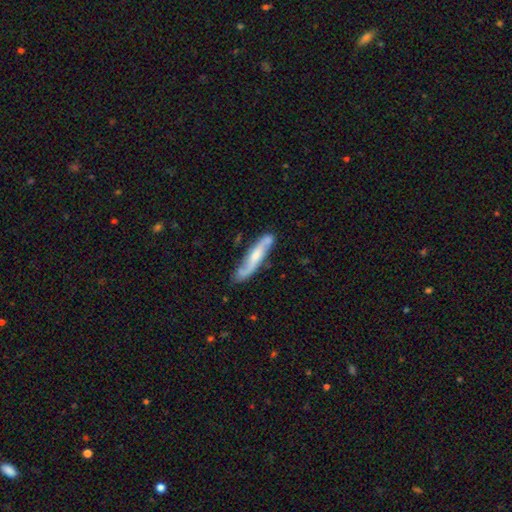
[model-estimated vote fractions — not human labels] Q: Smooth or featured?
A: featured or disk (64%); runner-up: smooth (31%)
Q: Edge-on disk?
A: no (58%); runner-up: yes (42%)
Q: Merging?
A: none (73%); runner-up: minor disturbance (19%)